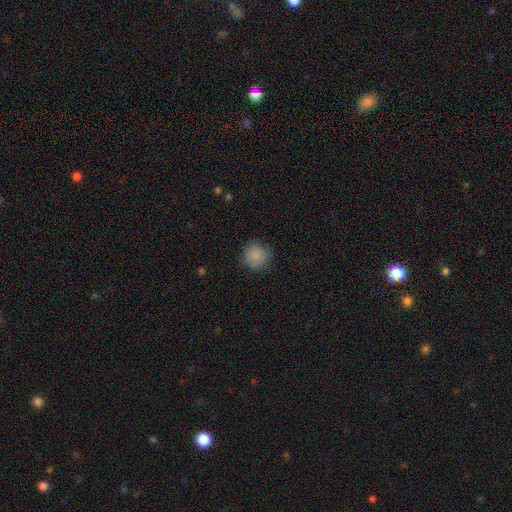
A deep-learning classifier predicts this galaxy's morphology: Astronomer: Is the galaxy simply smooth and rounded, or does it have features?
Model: smooth — 86%.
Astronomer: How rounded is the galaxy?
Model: round — 93%.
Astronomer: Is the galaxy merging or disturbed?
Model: none — 85%.